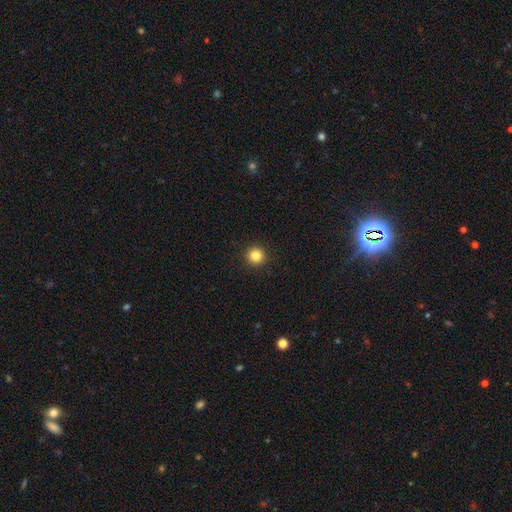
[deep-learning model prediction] Morphology: type=smooth (83%); roundness=round (96%); merging=none (93%).